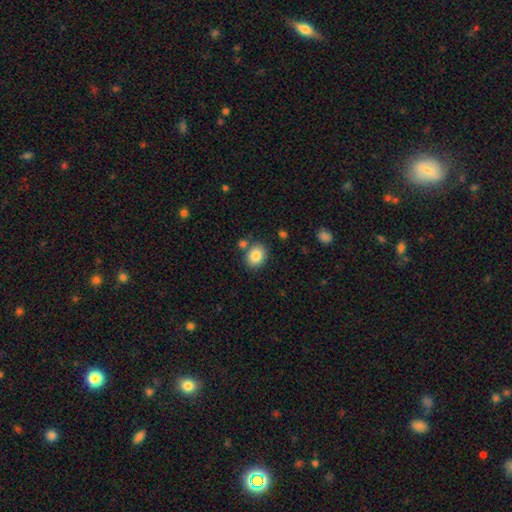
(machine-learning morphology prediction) smooth_or_featured: smooth (p=0.85) [alt: star or artifact p=0.09]
how_rounded: round (p=0.55) [alt: in between p=0.44]
merging: none (p=0.76) [alt: minor disturbance p=0.11]